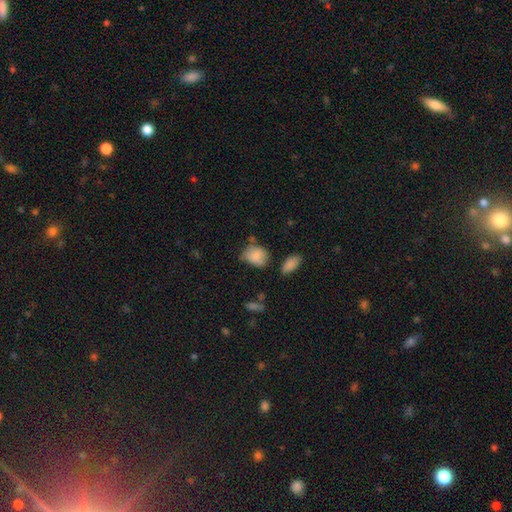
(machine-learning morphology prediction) smooth 83%, featured or disk 9%, star or artifact 9%. Down the decision tree: how rounded — in between (58%); merging — none (51%).